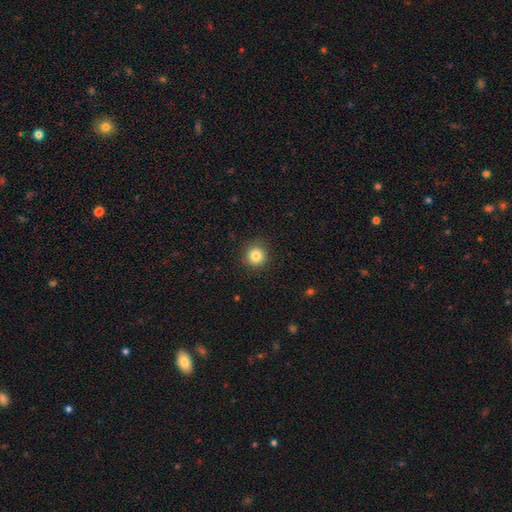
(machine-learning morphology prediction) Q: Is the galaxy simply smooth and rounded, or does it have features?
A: smooth — 83%.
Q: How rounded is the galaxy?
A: round — 93%.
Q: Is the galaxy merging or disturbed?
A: none — 90%.